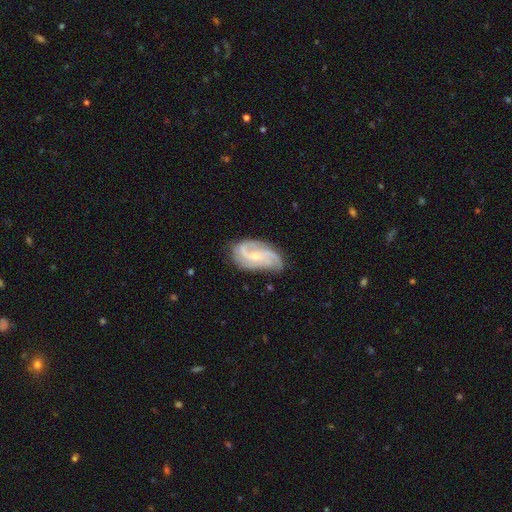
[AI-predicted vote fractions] Smooth or featured? Predicted: featured or disk (p=0.83). Edge-on disk? Predicted: no (p=0.97). Bar? Predicted: no (p=0.53). Spiral arms? Predicted: yes (p=0.96). Spiral winding? Predicted: medium (p=0.46). Spiral arm count? Predicted: 3 (p=0.42). Bulge size? Predicted: small (p=0.63). Merging? Predicted: none (p=0.66).